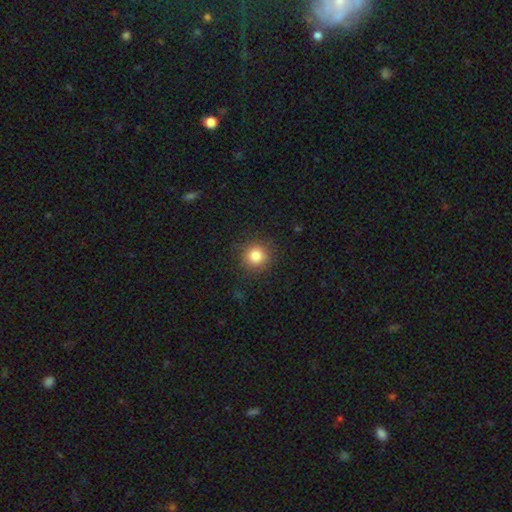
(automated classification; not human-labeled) smooth-or-featured: smooth: 83% | star or artifact: 11% | featured or disk: 5%
  how-rounded: round: 93% | in between: 7% | cigar-shaped: 1%
  merging: none: 88% | minor disturbance: 8% | major disturbance: 3% | merger: 1%